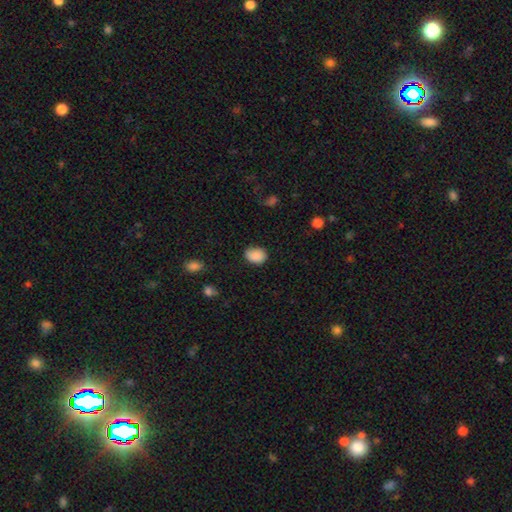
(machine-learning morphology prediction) A smooth galaxy with no disk features (87%) that is in between round and cigar-shaped (63%).

Vote fractions:
- Smooth or featured? smooth: 87% / star or artifact: 8% / featured or disk: 6%
- How rounded? in between: 63% / round: 36% / cigar-shaped: 1%
- Merging? none: 77% / minor disturbance: 18% / major disturbance: 4% / merger: 1%